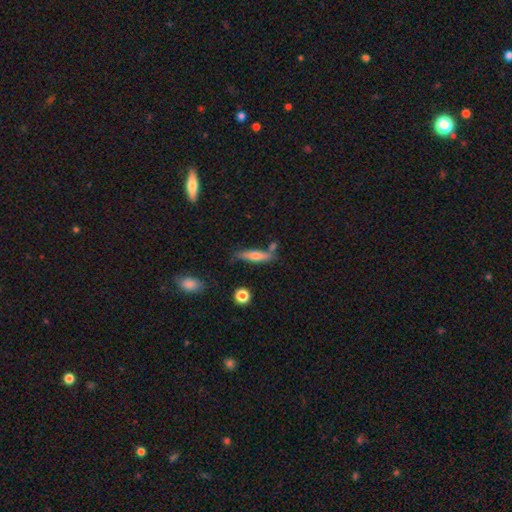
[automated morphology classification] This is likely a smooth galaxy (64%). How rounded: likely cigar-shaped (78%). Merging: likely none (68%).